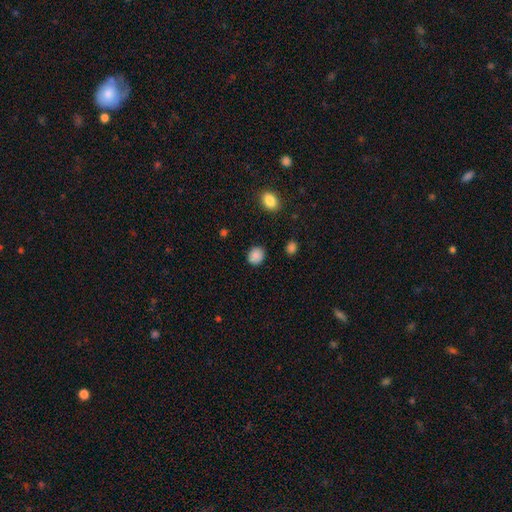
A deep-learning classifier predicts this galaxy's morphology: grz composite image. It shows a smooth galaxy with no disk features (88%) that is round (67%). Merging: none (87%).